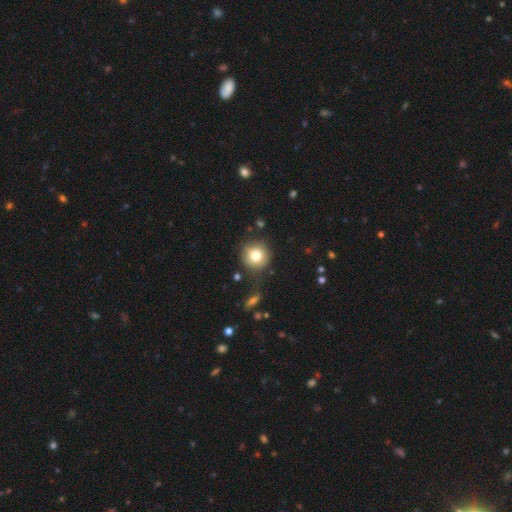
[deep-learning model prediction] smooth-or-featured: smooth: 80% | star or artifact: 10% | featured or disk: 10%
  how-rounded: round: 92% | in between: 7% | cigar-shaped: 1%
  merging: none: 80% | minor disturbance: 13% | major disturbance: 4% | merger: 3%